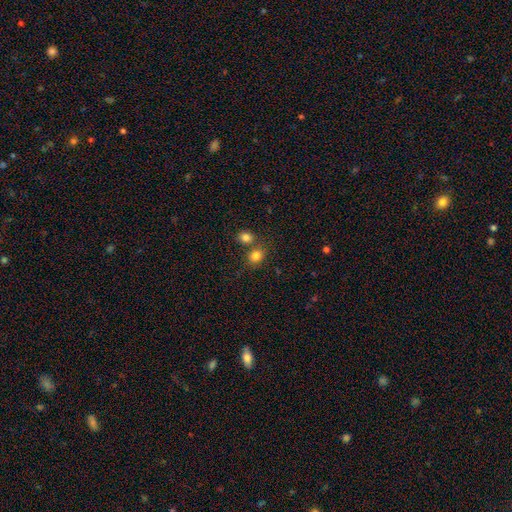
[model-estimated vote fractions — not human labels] Smooth or featured? Predicted: smooth (p=0.82). How rounded? Predicted: round (p=0.62). Merging? Predicted: none (p=0.61).